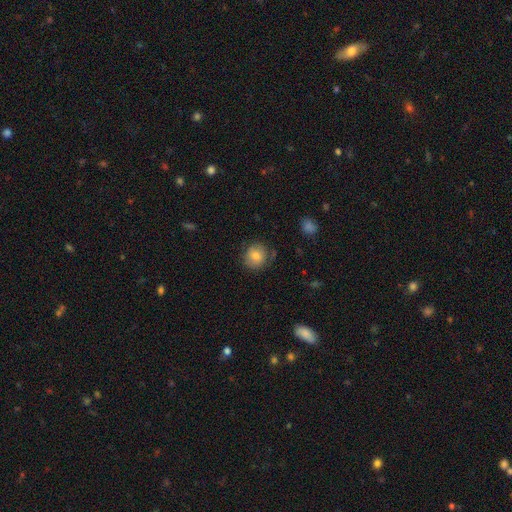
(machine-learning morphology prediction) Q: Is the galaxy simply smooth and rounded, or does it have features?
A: smooth — 81%.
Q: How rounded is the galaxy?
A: round — 85%.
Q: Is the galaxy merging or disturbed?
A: none — 77%.